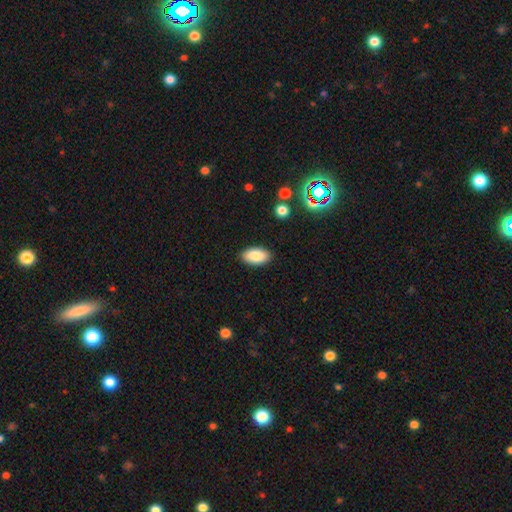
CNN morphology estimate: type=smooth (86%); roundness=in between (95%); merging=none (89%).